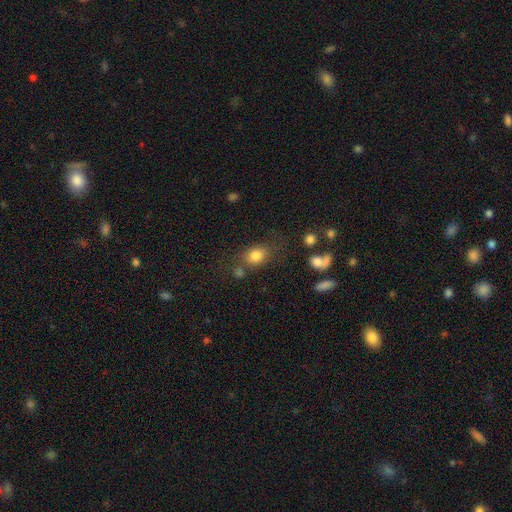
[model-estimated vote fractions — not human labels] Smooth or featured? Predicted: smooth (p=0.80). How rounded? Predicted: in between (p=0.54). Merging? Predicted: none (p=0.63).